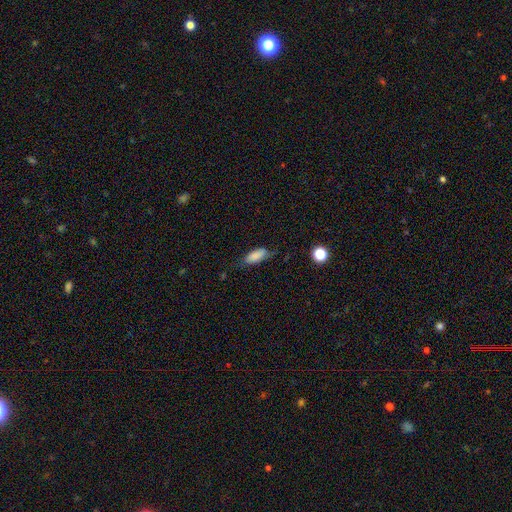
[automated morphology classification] smooth-or-featured: smooth: 84% | featured or disk: 8% | star or artifact: 8%
  how-rounded: in between: 79% | cigar-shaped: 18% | round: 3%
  merging: none: 60% | minor disturbance: 29% | major disturbance: 9% | merger: 2%